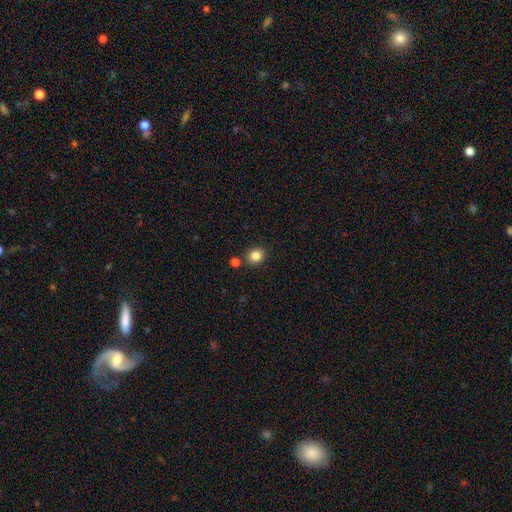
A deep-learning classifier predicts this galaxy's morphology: smooth_or_featured: smooth (p=0.84) [alt: star or artifact p=0.11]
how_rounded: round (p=0.83) [alt: in between p=0.16]
merging: none (p=0.84) [alt: minor disturbance p=0.07]